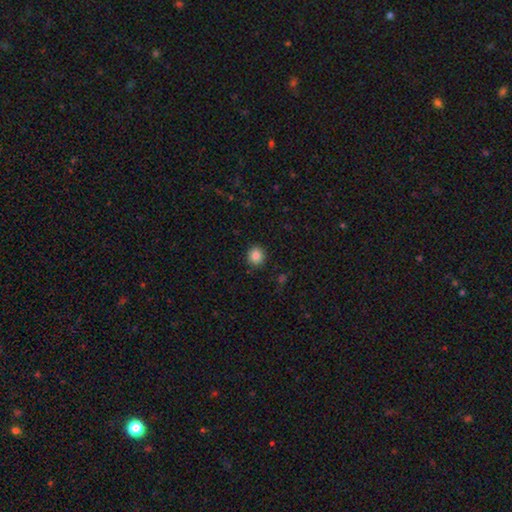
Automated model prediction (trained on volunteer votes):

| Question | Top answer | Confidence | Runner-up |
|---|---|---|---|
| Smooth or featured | smooth | 85% | star or artifact (10%) |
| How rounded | round | 89% | in between (10%) |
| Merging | none | 90% | minor disturbance (7%) |